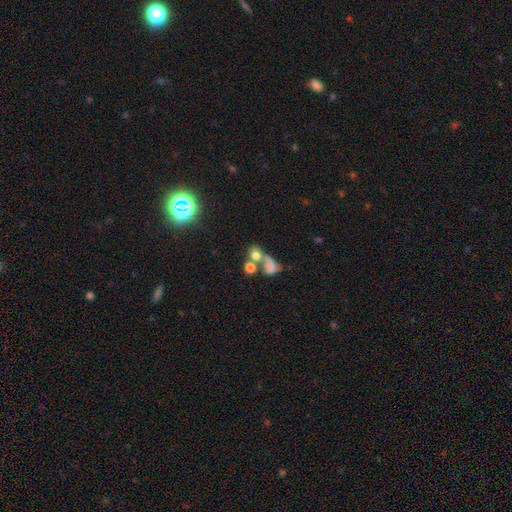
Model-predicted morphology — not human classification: type=smooth (62%); roundness=round (58%); merging=merger (50%).